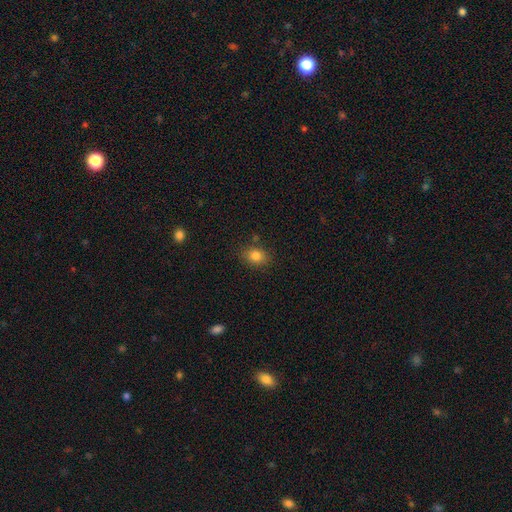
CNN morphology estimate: The model was most divided on "how rounded": in between: 57%, round: 42%, cigar-shaped: 1%. More confident: merging — none (81%); smooth or featured — smooth (81%).